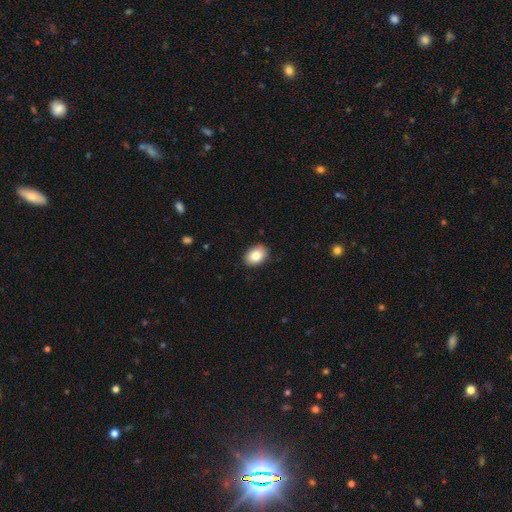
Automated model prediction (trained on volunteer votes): smooth_or_featured: smooth (p=0.86) [alt: star or artifact p=0.08]
how_rounded: in between (p=0.77) [alt: round p=0.22]
merging: none (p=0.88) [alt: minor disturbance p=0.09]